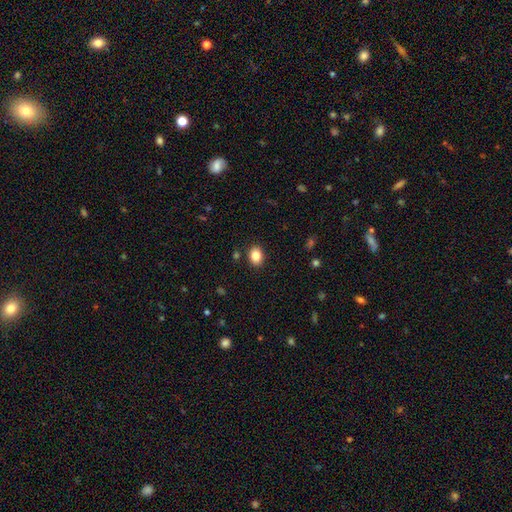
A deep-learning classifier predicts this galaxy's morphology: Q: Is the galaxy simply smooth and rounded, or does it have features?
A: smooth — 86%.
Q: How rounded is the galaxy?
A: in between — 66%.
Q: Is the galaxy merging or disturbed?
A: none — 89%.